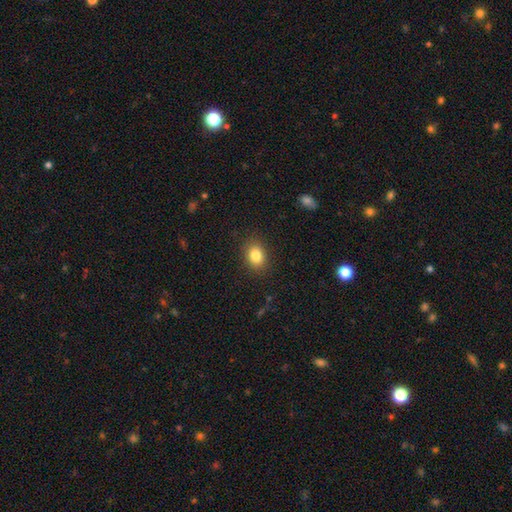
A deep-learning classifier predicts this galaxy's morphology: Q: Smooth or featured?
A: smooth (83%); runner-up: star or artifact (10%)
Q: How rounded?
A: in between (57%); runner-up: round (42%)
Q: Merging?
A: none (87%); runner-up: minor disturbance (9%)